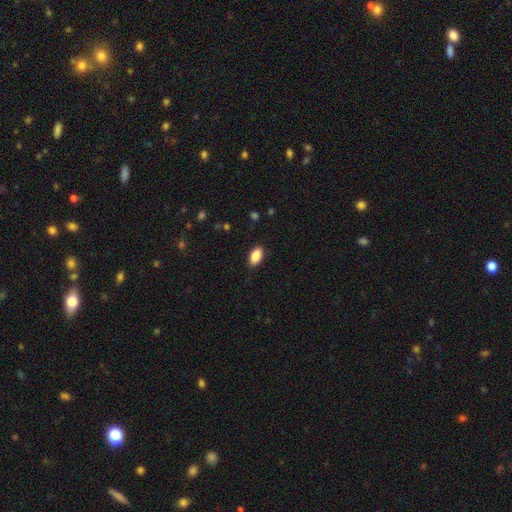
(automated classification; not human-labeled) Smooth or featured? smooth (88%)
How rounded? in between (93%)
Merging? none (87%)